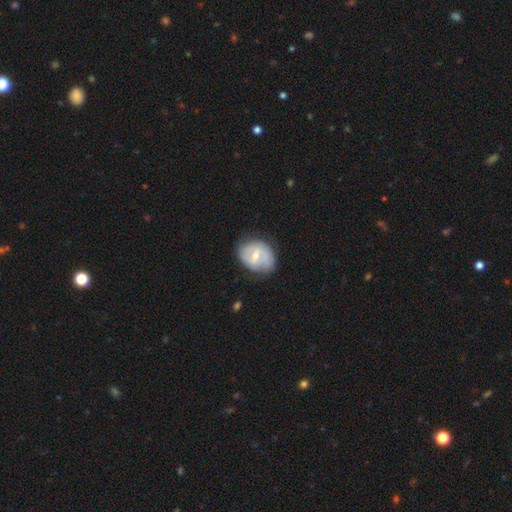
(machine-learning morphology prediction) The model was most divided on "bulge size": moderate: 52%, small: 43%, large: 2%, none: 2%, dominant: 1%. More confident: edge-on disk — no (96%); spiral arms — yes (66%); merging — none (66%); smooth or featured — featured or disk (57%); bar — weak (52%).